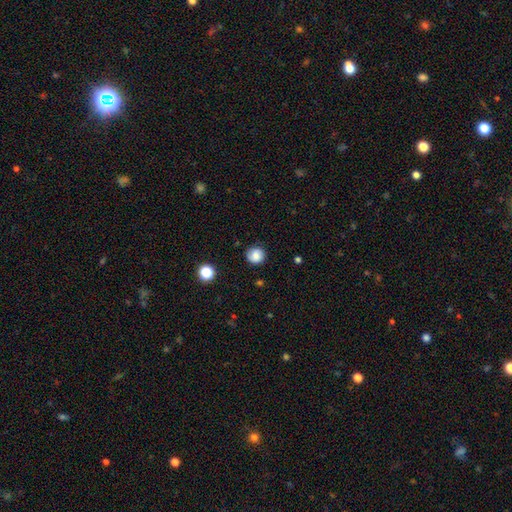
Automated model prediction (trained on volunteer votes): Smooth or featured? smooth (82%)
How rounded? round (91%)
Merging? none (85%)